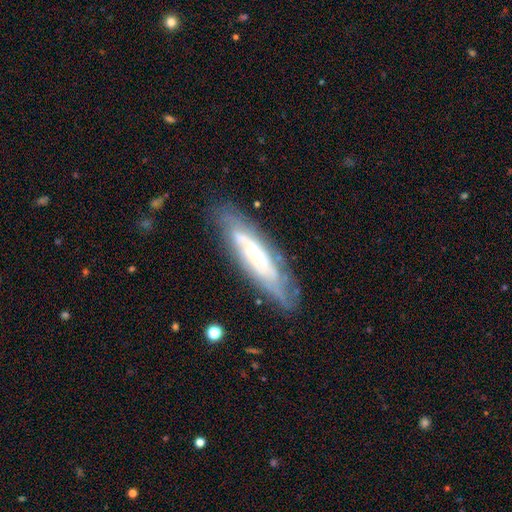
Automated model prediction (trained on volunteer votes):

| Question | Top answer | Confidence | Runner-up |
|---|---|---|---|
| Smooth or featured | featured or disk | 67% | smooth (26%) |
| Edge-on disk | no | 62% | yes (38%) |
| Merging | none | 75% | minor disturbance (17%) |